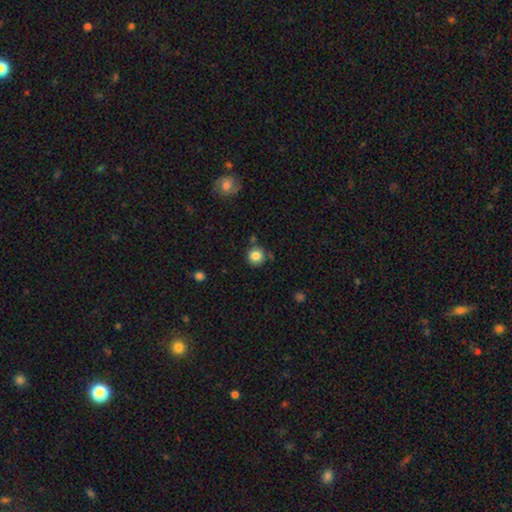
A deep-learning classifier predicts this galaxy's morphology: The model was most divided on "merging": none: 79%, minor disturbance: 12%, merger: 6%, major disturbance: 3%. More confident: how rounded — round (92%); smooth or featured — smooth (83%).